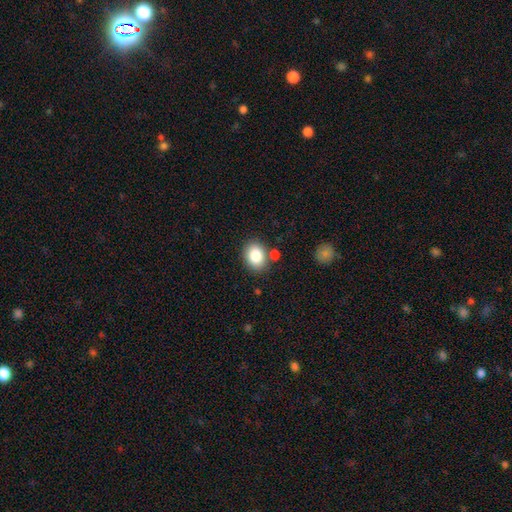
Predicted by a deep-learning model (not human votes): Smooth or featured?
  - smooth: 84% *
  - star or artifact: 9%
  - featured or disk: 7%
How rounded?
  - in between: 56% *
  - round: 43%
  - cigar-shaped: 1%
Merging?
  - none: 79% *
  - minor disturbance: 10%
  - merger: 8%
  - major disturbance: 3%